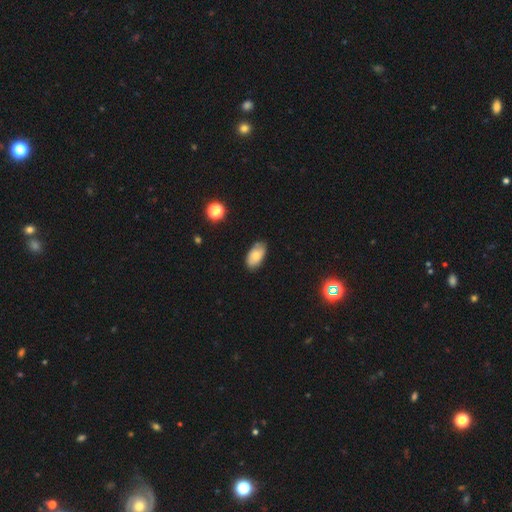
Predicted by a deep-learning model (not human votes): This appears to be a smooth galaxy with no disk features (73%) that is in between round and cigar-shaped (94%). Merging: none (79%).